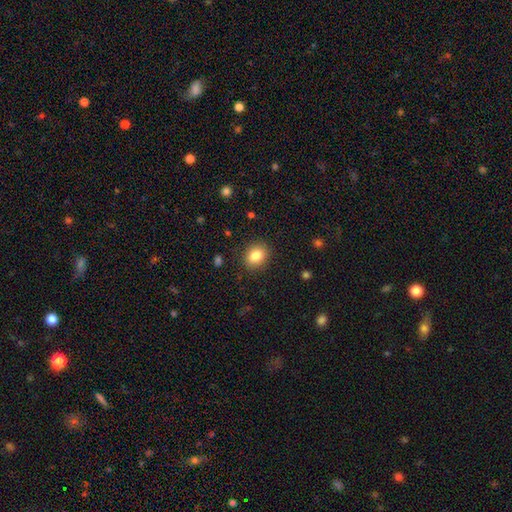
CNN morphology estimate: This is clearly a smooth galaxy (85%). How rounded: possibly round (54%). Merging: clearly none (88%).